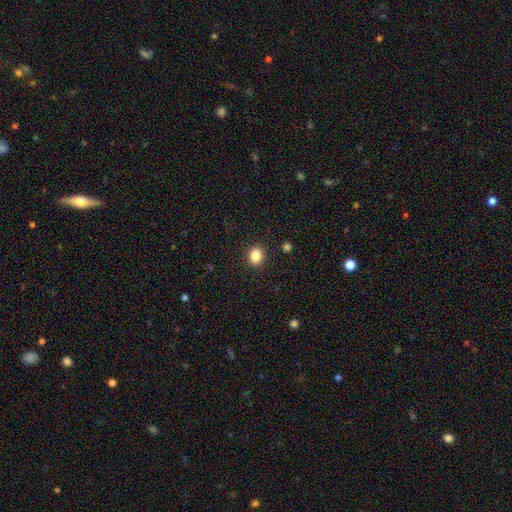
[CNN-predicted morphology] The model was most divided on "how rounded": round: 60%, in between: 40%, cigar-shaped: 1%. More confident: merging — none (90%); smooth or featured — smooth (85%).